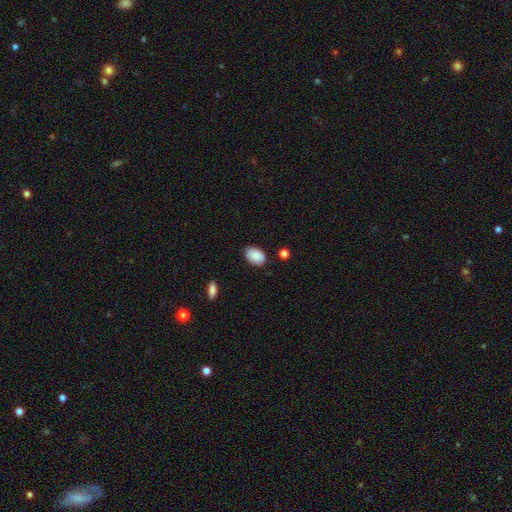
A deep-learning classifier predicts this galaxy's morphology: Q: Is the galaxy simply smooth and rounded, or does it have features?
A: smooth — 88%.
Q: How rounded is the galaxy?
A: in between — 85%.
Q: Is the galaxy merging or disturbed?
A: none — 83%.